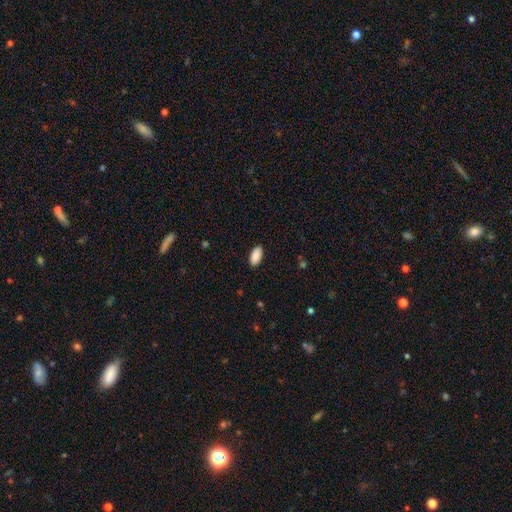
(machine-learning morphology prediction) A smooth galaxy with no disk features (90%) that is in between round and cigar-shaped (92%).

Vote fractions:
- Smooth or featured? smooth: 90% / star or artifact: 6% / featured or disk: 4%
- How rounded? in between: 92% / cigar-shaped: 7% / round: 2%
- Merging? none: 89% / minor disturbance: 8% / major disturbance: 2% / merger: 1%